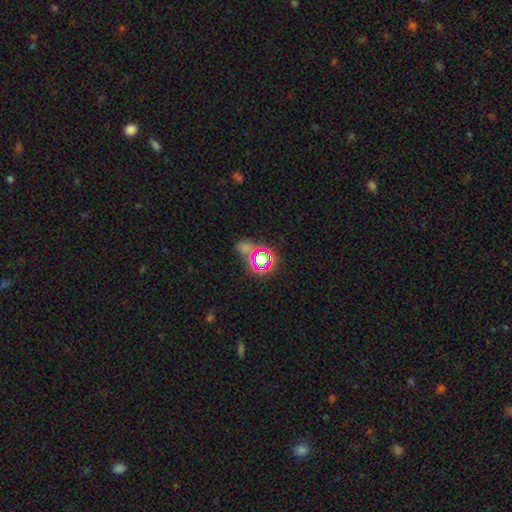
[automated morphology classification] This appears to be a star or artifact, not a galaxy (51%).